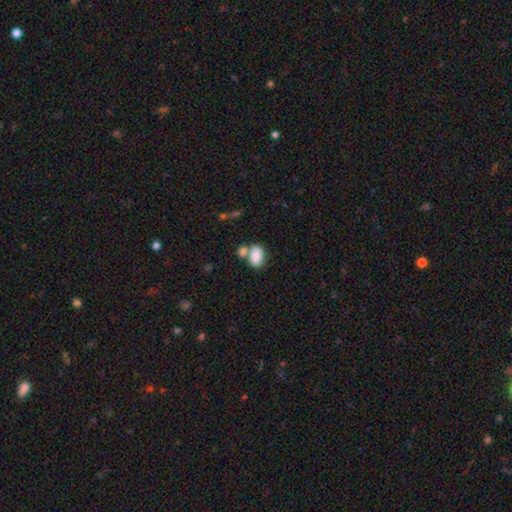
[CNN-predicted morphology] smooth 82%, featured or disk 11%, star or artifact 7%. Down the decision tree: how rounded — in between (85%); merging — none (48%).